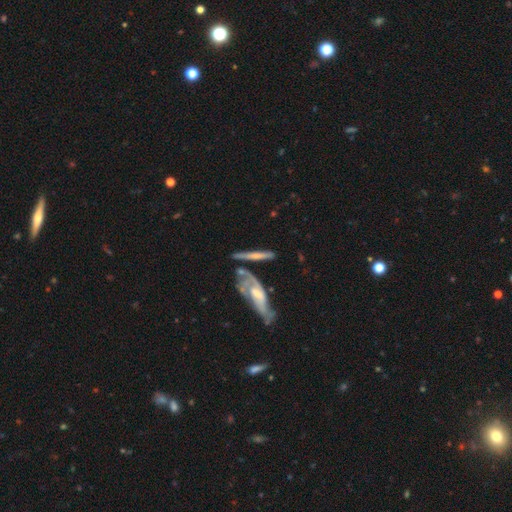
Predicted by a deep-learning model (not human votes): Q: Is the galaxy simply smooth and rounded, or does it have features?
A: featured or disk — 53%.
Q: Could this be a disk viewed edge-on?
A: yes — 70%.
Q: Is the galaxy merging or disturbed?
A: none — 51%.